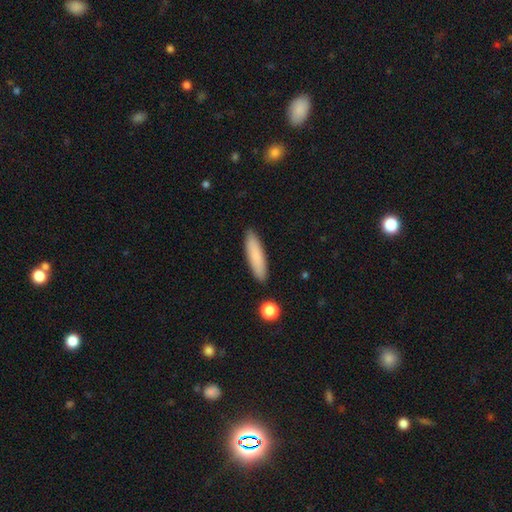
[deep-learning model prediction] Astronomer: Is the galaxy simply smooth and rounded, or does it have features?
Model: smooth — 83%.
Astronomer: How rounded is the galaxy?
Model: cigar-shaped — 75%.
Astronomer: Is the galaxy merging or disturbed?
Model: none — 89%.